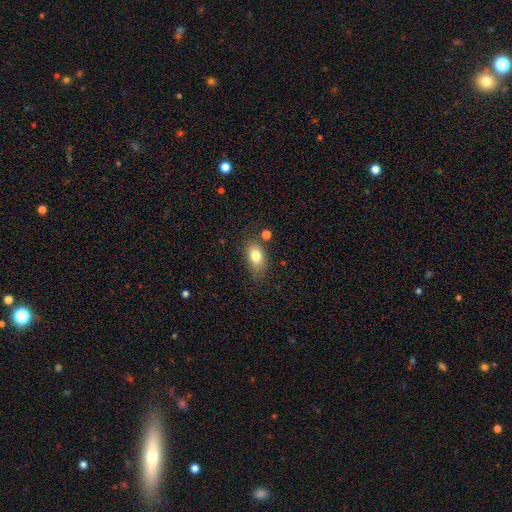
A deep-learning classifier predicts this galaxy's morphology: smooth 79%, featured or disk 12%, star or artifact 9%. Down the decision tree: how rounded — in between (85%); merging — none (69%).